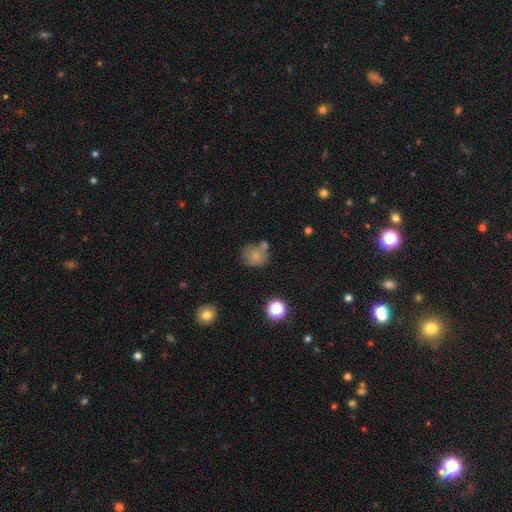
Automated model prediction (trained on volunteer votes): Smooth or featured? Predicted: smooth (p=0.69). How rounded? Predicted: round (p=0.77). Merging? Predicted: none (p=0.47).